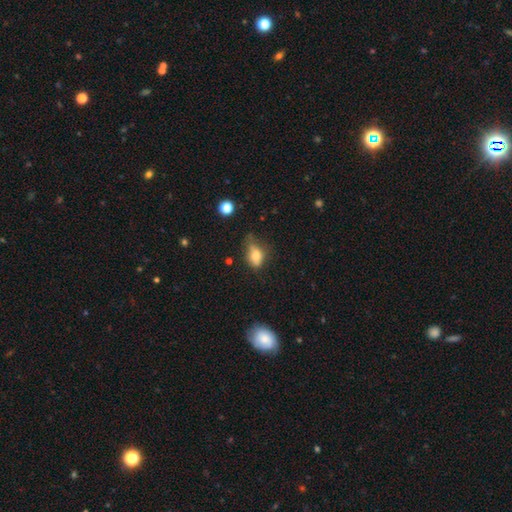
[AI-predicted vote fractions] Q: Smooth or featured?
A: smooth (71%); runner-up: featured or disk (18%)
Q: How rounded?
A: in between (75%); runner-up: round (21%)
Q: Merging?
A: minor disturbance (39%); runner-up: none (35%)